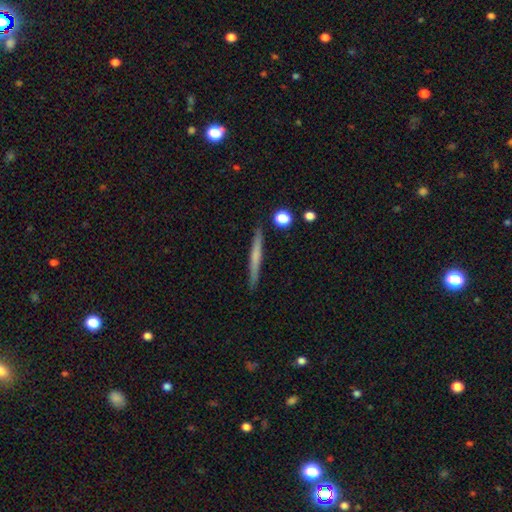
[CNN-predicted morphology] smooth 49%, featured or disk 44%, star or artifact 6%. Down the decision tree: merging — none (90%).